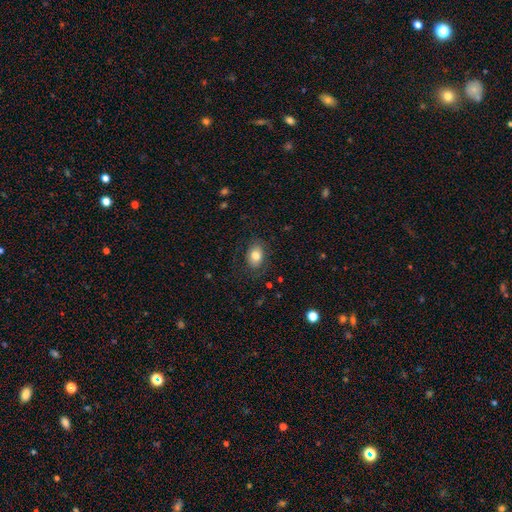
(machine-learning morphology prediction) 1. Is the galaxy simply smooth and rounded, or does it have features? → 78% smooth, 14% featured or disk, 8% star or artifact.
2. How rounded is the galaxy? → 75% in between, 24% round, 1% cigar-shaped.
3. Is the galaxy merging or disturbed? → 78% none, 14% minor disturbance, 7% major disturbance, 1% merger.